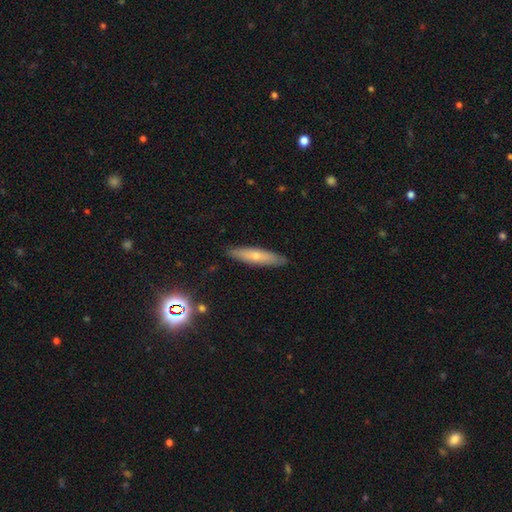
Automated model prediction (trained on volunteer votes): Smooth or featured: smooth — 57% (featured or disk — 35%)
How rounded: cigar-shaped — 80% (in between — 18%)
Merging: none — 88% (minor disturbance — 9%)